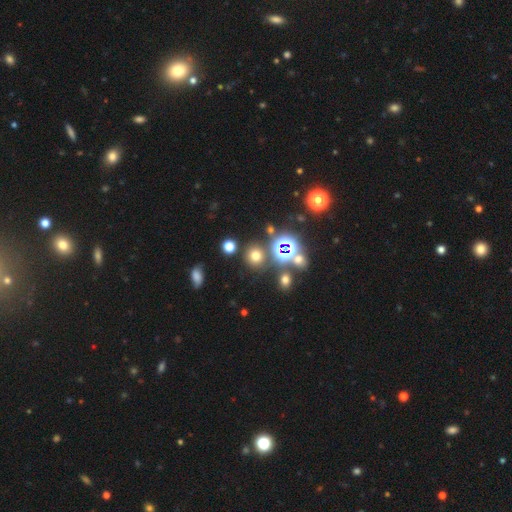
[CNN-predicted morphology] smooth-or-featured: smooth: 60% | star or artifact: 31% | featured or disk: 8%
  how-rounded: round: 87% | in between: 12% | cigar-shaped: 1%
  merging: none: 81% | minor disturbance: 8% | merger: 7% | major disturbance: 4%